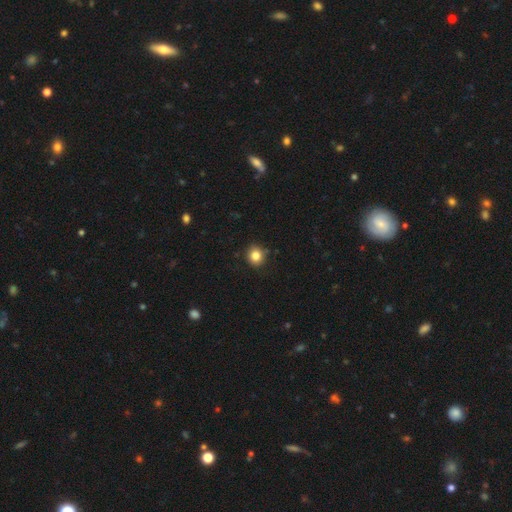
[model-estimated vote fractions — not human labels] Morphology: type=smooth (83%); roundness=round (87%); merging=none (88%).